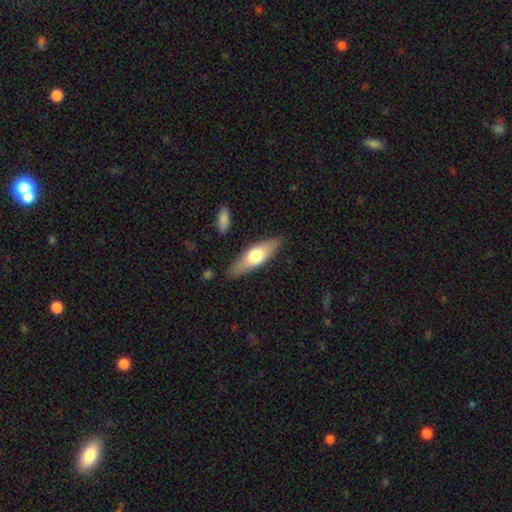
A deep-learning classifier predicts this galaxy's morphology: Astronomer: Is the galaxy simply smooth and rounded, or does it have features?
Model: smooth — 57% (runner-up: featured or disk, 37%).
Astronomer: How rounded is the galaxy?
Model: in between — 49%, tied with cigar-shaped at 49%.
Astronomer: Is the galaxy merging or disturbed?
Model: none — 85%.